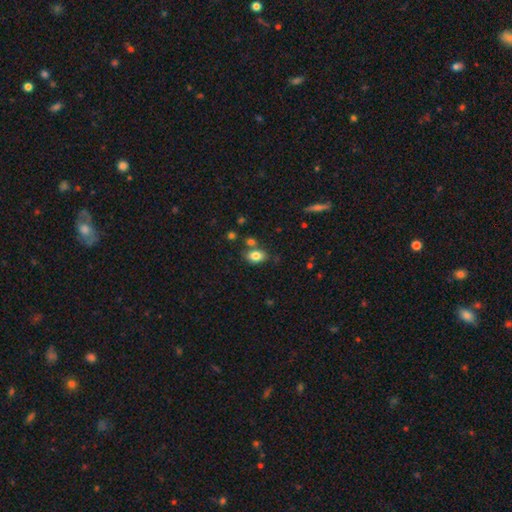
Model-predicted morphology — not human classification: smooth 82%, featured or disk 9%, star or artifact 9%. Down the decision tree: how rounded — in between (83%); merging — none (69%).